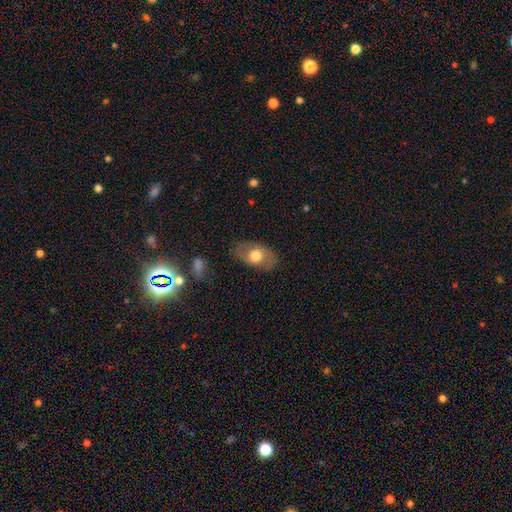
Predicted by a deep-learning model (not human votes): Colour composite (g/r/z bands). It shows a smooth galaxy with no disk features (62%) that is in between round and cigar-shaped (86%). Merging: none (79%).